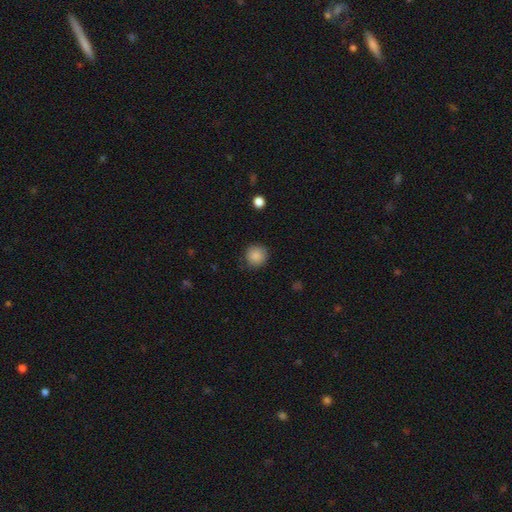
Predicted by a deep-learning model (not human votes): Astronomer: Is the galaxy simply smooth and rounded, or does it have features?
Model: smooth — 88%.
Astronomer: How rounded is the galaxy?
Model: round — 93%.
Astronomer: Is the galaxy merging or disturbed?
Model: none — 87%.